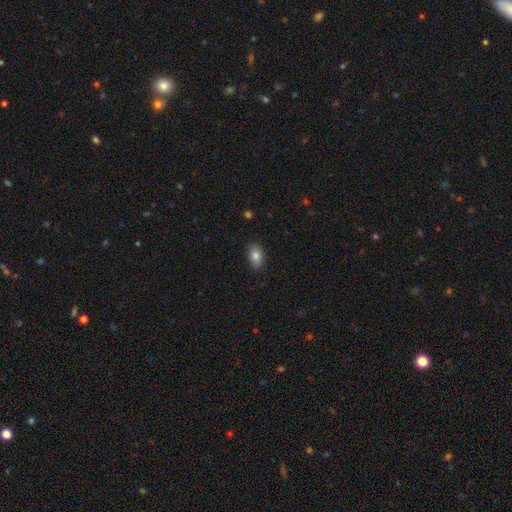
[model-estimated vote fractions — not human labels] Smooth or featured?
  - smooth: 83% *
  - featured or disk: 8%
  - star or artifact: 8%
How rounded?
  - in between: 88% *
  - round: 11%
  - cigar-shaped: 2%
Merging?
  - none: 87% *
  - minor disturbance: 10%
  - major disturbance: 2%
  - merger: 1%